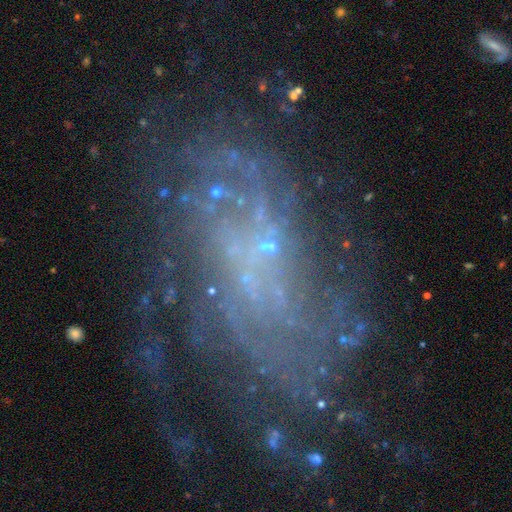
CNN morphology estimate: Q: Smooth or featured?
A: featured or disk (78%); runner-up: star or artifact (13%)
Q: Edge-on disk?
A: no (96%); runner-up: yes (4%)
Q: Bar?
A: no (63%); runner-up: weak (29%)
Q: Spiral arms?
A: yes (84%); runner-up: no (16%)
Q: Spiral winding?
A: medium (37%); runner-up: tight (34%)
Q: Spiral arm count?
A: can't tell (38%); runner-up: 2 (22%)
Q: Bulge size?
A: small (50%); runner-up: none (40%)
Q: Merging?
A: none (55%); runner-up: major disturbance (22%)